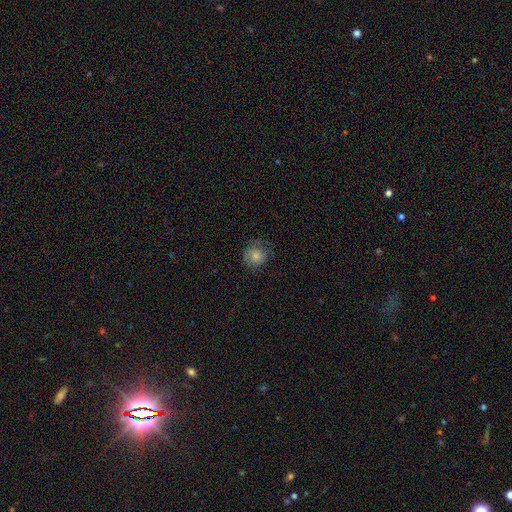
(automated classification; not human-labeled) This appears to be a smooth galaxy with no disk features (74%) that is round (86%). Merging: none (63%).